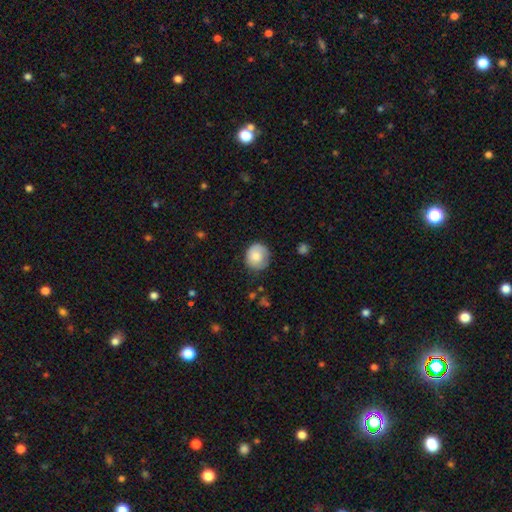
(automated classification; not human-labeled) This is likely a smooth galaxy (78%). How rounded: clearly round (81%). Merging: likely none (72%).